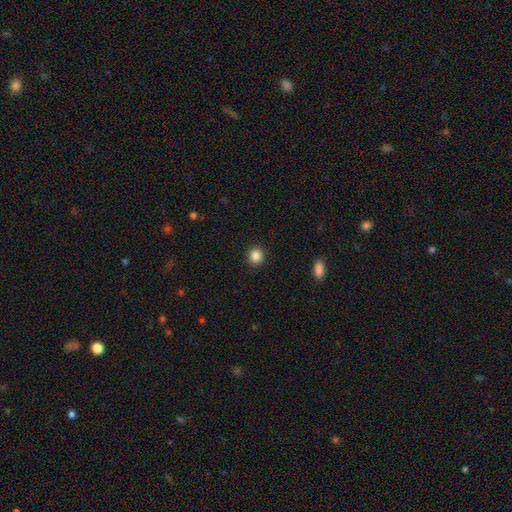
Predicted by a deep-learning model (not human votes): This appears to be a smooth galaxy with no disk features (86%) that is round (85%). Merging: none (92%).